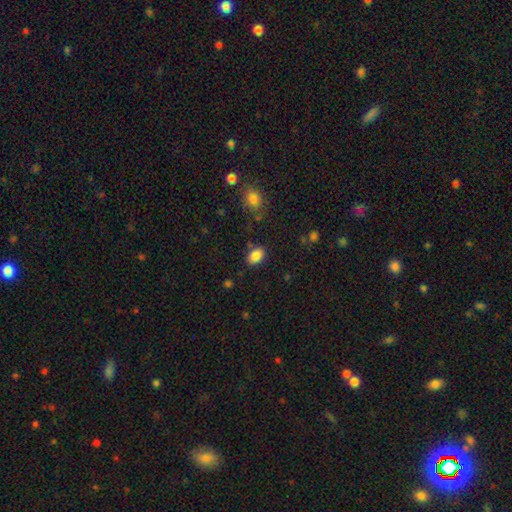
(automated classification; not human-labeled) Smooth or featured? smooth (85%)
How rounded? in between (82%)
Merging? none (81%)